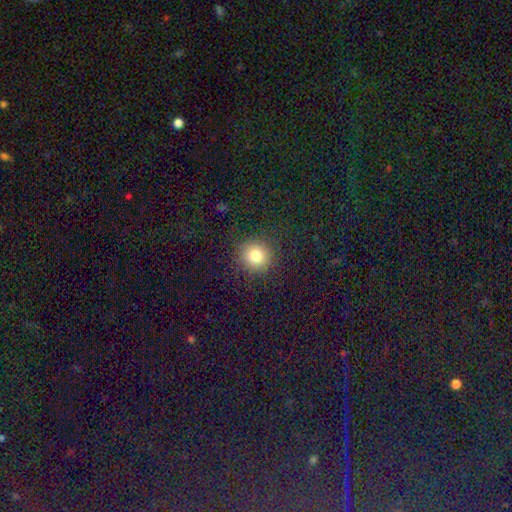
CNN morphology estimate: Smooth or featured? Predicted: smooth (p=0.79). How rounded? Predicted: round (p=0.92). Merging? Predicted: none (p=0.90).